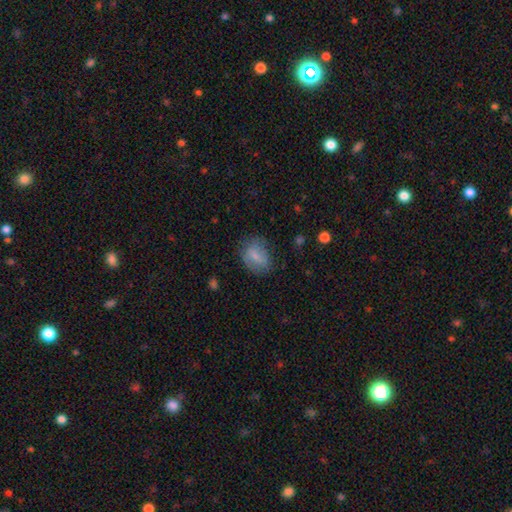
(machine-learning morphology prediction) smooth 69%, featured or disk 24%, star or artifact 8%. Down the decision tree: how rounded — in between (65%); merging — none (69%).